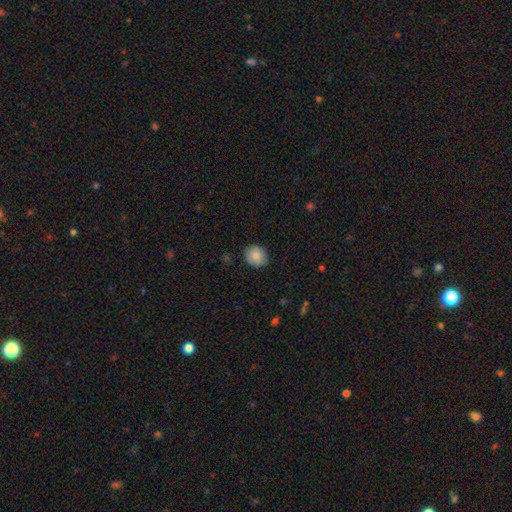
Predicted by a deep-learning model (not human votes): This appears to be a smooth galaxy with no disk features (85%) that is round (74%). Merging: none (84%).